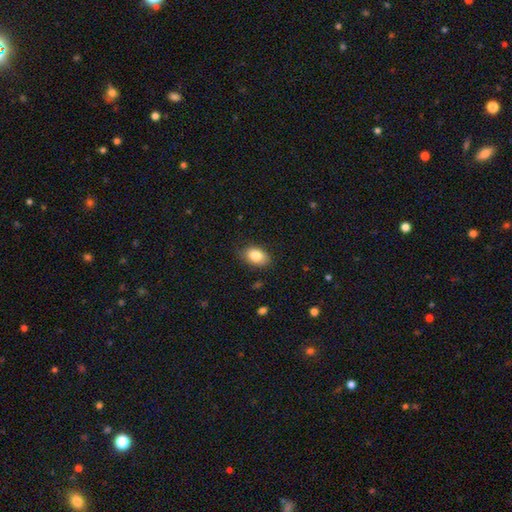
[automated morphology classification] This is clearly a smooth galaxy (85%). How rounded: clearly in between (86%). Merging: clearly none (81%).